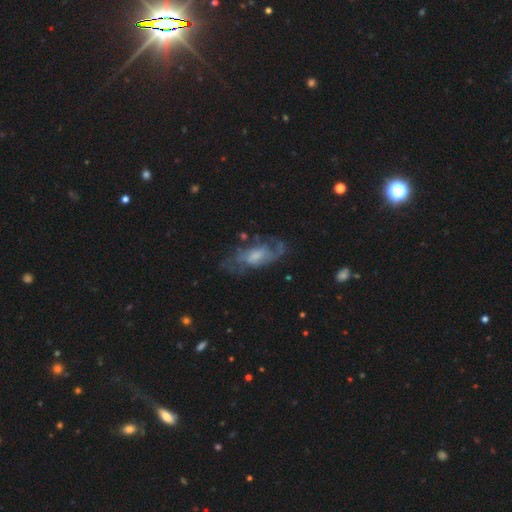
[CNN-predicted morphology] type=featured or disk (71%); edge-on=no (91%); bar=no (54%); spiral arms=yes (80%); winding=medium (44%); arm count=can't tell (40%); bulge=moderate (36%); merging=none (59%).